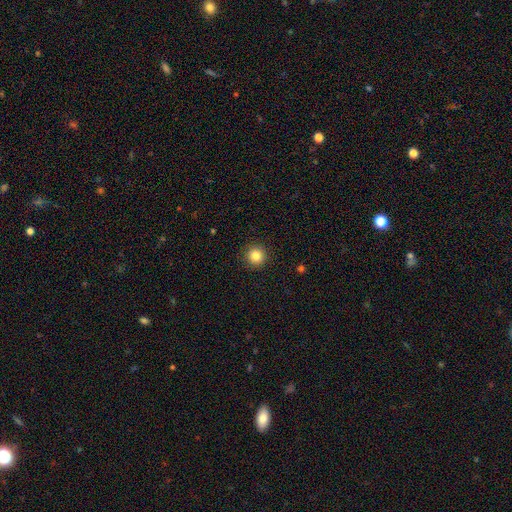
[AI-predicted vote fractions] smooth-or-featured: smooth: 84% | star or artifact: 11% | featured or disk: 5%
  how-rounded: round: 95% | in between: 4% | cigar-shaped: 1%
  merging: none: 92% | minor disturbance: 5% | major disturbance: 2% | merger: 1%